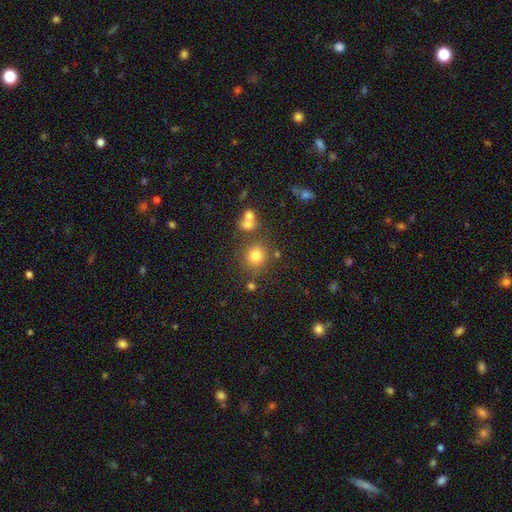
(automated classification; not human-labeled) This appears to be a smooth galaxy with no disk features (78%) that is round (88%). Merging: none (76%).